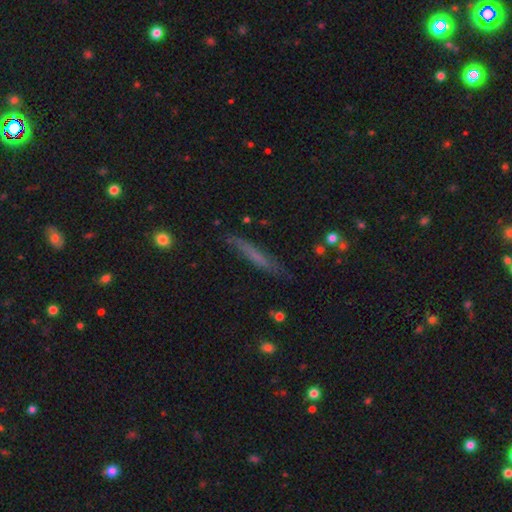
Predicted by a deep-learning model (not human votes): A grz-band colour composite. It shows a smooth galaxy with no disk features (52%) that is cigar-shaped (92%). Merging: none (77%).